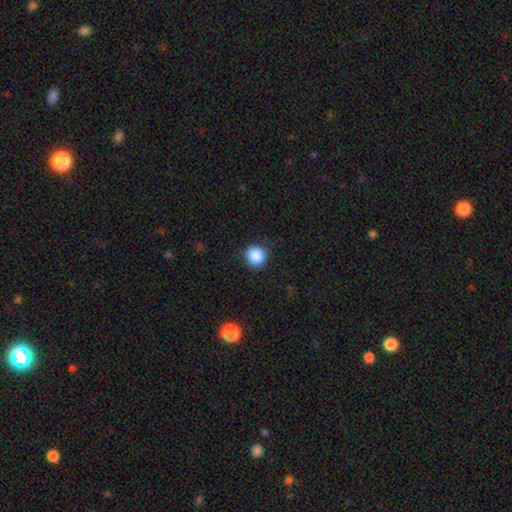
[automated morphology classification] This is clearly a smooth galaxy (87%). How rounded: clearly round (91%). Merging: clearly none (88%).